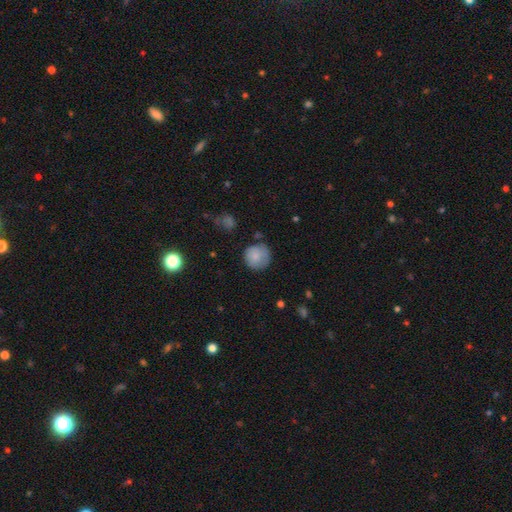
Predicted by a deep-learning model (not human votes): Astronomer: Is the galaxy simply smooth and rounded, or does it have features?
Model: smooth — 83%.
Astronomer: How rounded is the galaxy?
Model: round — 92%.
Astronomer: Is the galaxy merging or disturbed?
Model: none — 73%.